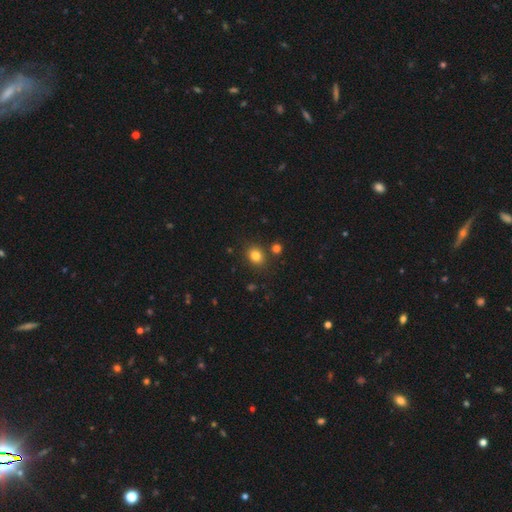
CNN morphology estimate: Overall: smooth (82%). How rounded: round (58%; in between 41%). Merging: none (81%).